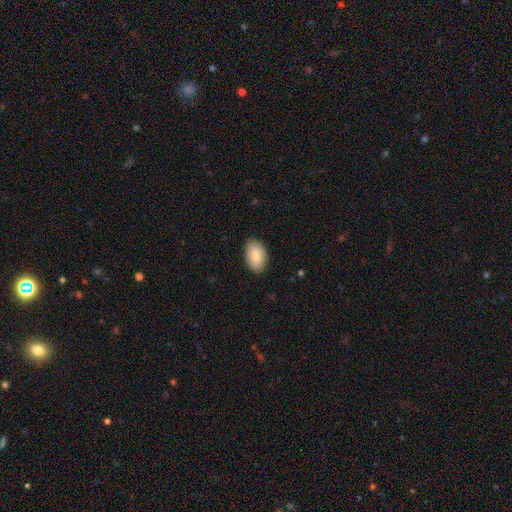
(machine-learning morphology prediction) smooth 85%, featured or disk 9%, star or artifact 6%. Down the decision tree: how rounded — in between (93%); merging — none (86%).